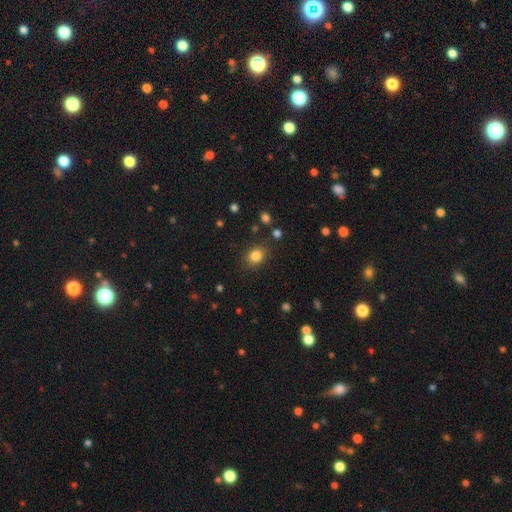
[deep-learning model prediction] smooth_or_featured: smooth (p=0.83) [alt: star or artifact p=0.12]
how_rounded: round (p=0.54) [alt: in between p=0.45]
merging: none (p=0.82) [alt: minor disturbance p=0.11]